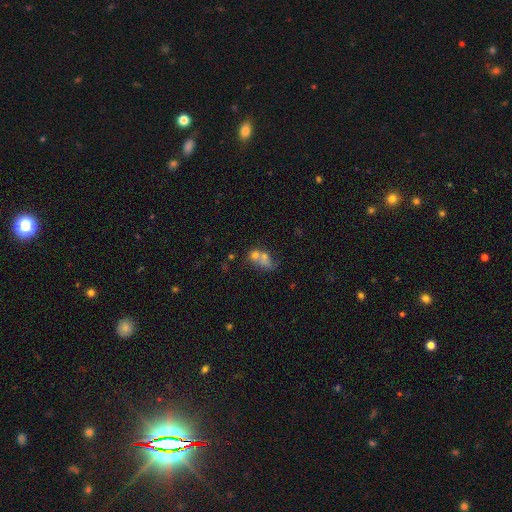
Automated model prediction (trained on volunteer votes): Smooth or featured? smooth (62%)
How rounded? in between (51%)
Merging? merger (62%)